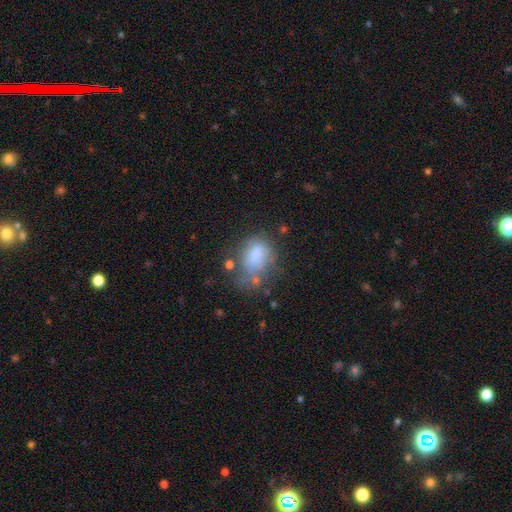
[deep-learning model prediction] This is likely a smooth galaxy (72%). How rounded: likely in between (67%). Merging: marginally none (36%).